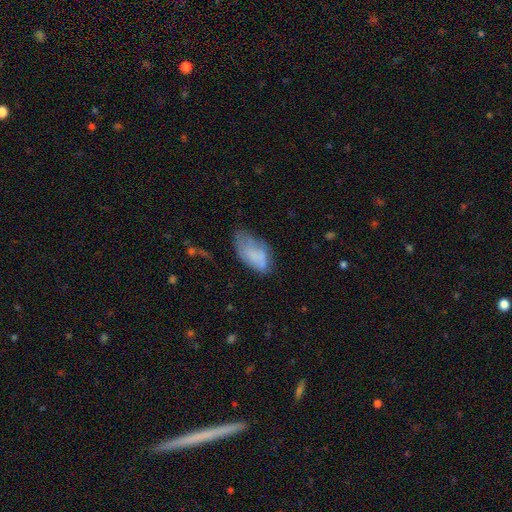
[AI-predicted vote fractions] Smooth or featured: smooth — 67% (featured or disk — 24%)
How rounded: in between — 94% (round — 4%)
Merging: none — 38% (minor disturbance — 36%)